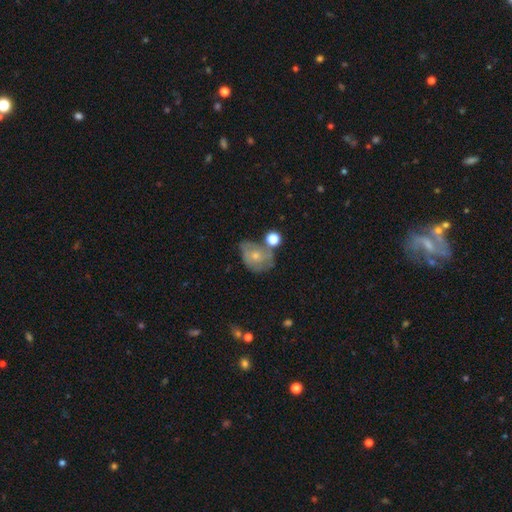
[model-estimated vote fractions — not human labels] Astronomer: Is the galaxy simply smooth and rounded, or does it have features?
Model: smooth — 53% (runner-up: featured or disk, 38%).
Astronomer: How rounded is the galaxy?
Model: in between — 51% (runner-up: round, 48%).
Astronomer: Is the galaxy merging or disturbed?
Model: none — 36% (runner-up: minor disturbance, 29%).